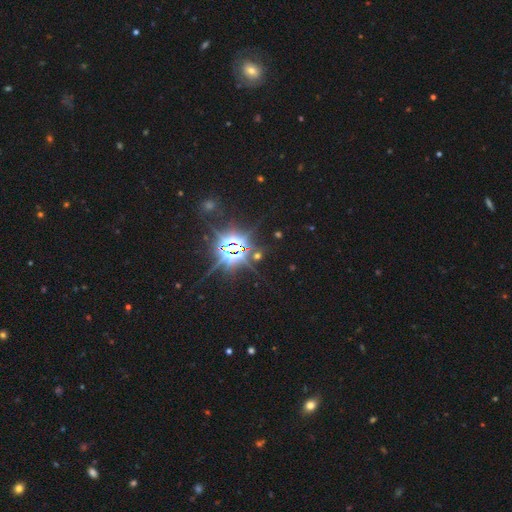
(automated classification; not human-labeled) smooth_or_featured: star or artifact (p=0.85) [alt: featured or disk p=0.08]